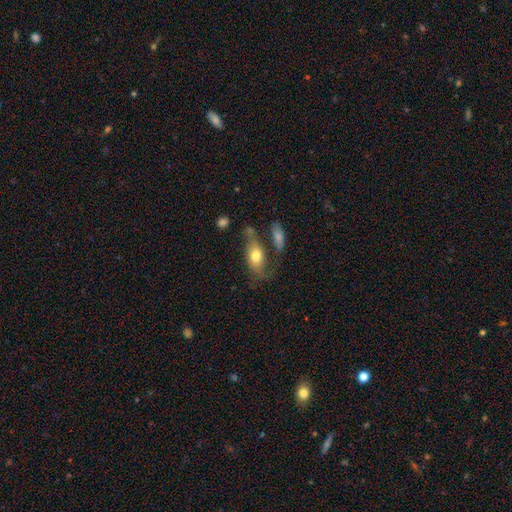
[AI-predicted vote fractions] Smooth or featured: smooth — 64% (featured or disk — 29%)
How rounded: in between — 85% (round — 9%)
Merging: none — 39% (minor disturbance — 22%)